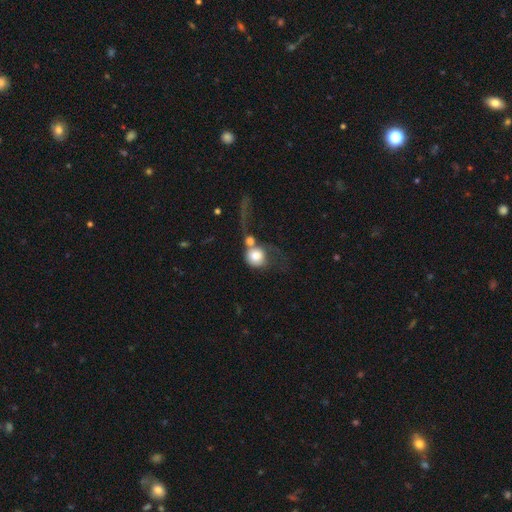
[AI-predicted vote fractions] Smooth or featured? Predicted: smooth (p=0.71). How rounded? Predicted: round (p=0.79). Merging? Predicted: merger (p=0.52).